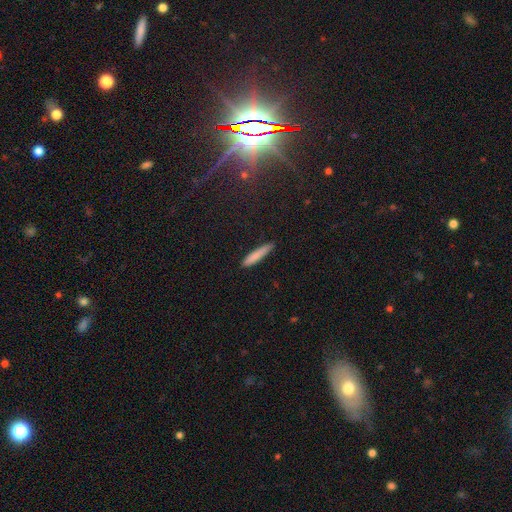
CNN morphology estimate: This is clearly a smooth galaxy (81%). How rounded: clearly cigar-shaped (91%). Merging: clearly none (87%).